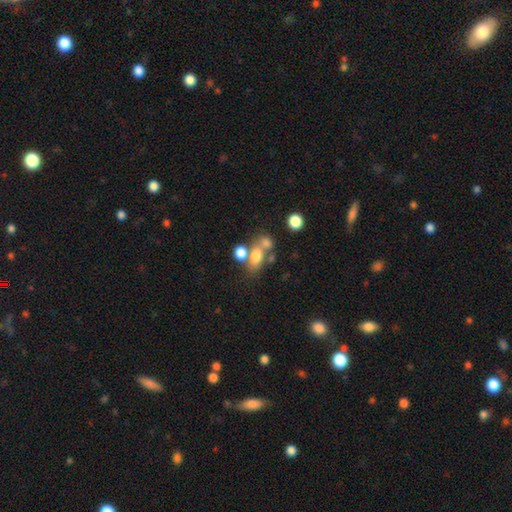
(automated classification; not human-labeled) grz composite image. It shows a smooth galaxy with no disk features (71%) that is in between round and cigar-shaped (67%). Merging: merger (42%).